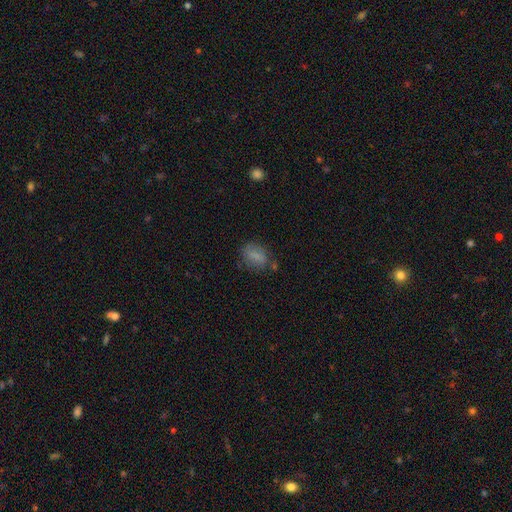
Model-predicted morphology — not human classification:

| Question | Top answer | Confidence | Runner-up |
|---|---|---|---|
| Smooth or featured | smooth | 78% | featured or disk (12%) |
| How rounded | in between | 73% | round (24%) |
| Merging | none | 68% | minor disturbance (20%) |